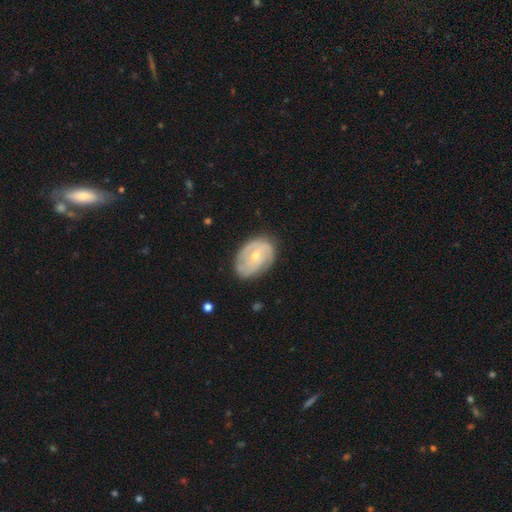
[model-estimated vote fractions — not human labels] featured or disk 70%, smooth 24%, star or artifact 6%. Down the decision tree: edge-on disk — no (96%); bar — no (61%); spiral arms — yes (83%); spiral arm count — 2 (40%); spiral winding — tight (53%); bulge size — small (58%); merging — none (72%).